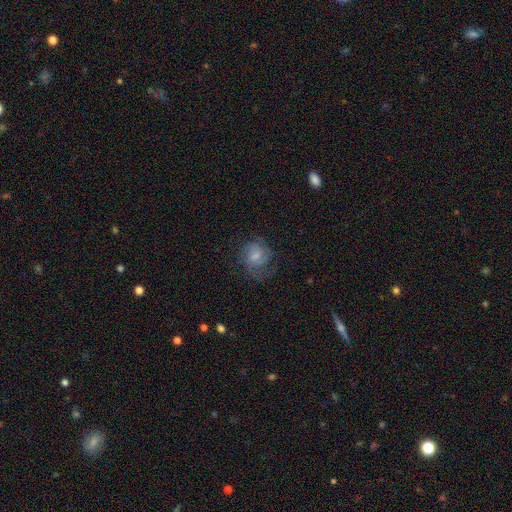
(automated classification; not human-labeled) smooth-or-featured: featured or disk: 49% | smooth: 42% | star or artifact: 9%
  merging: none: 53% | minor disturbance: 24% | major disturbance: 22% | merger: 1%